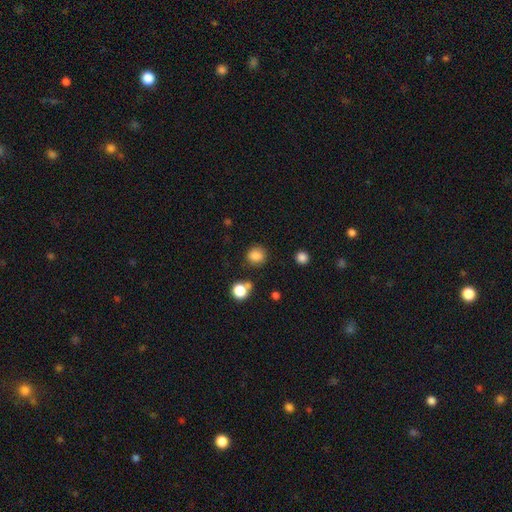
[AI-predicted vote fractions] Morphology: type=smooth (84%); roundness=round (84%); merging=none (80%).